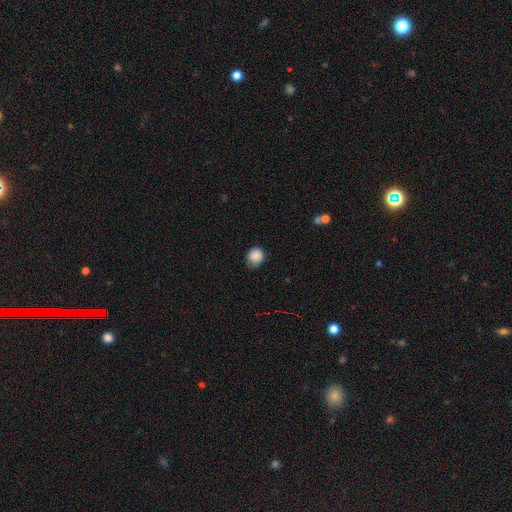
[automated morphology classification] Overall: smooth (86%). How rounded: round (65%; in between 34%). Merging: none (57%; minor disturbance 35%).